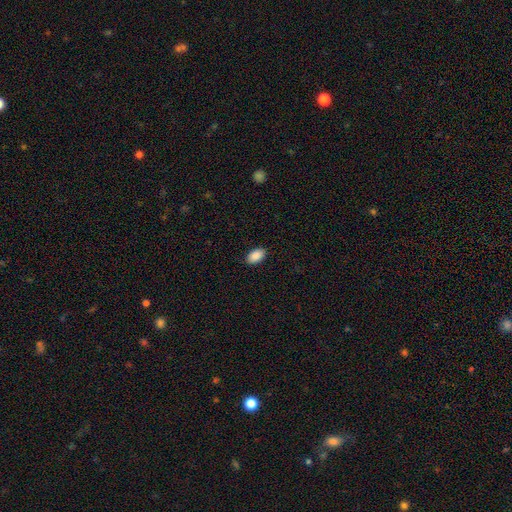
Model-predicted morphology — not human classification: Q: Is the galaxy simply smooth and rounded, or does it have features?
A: smooth — 89%.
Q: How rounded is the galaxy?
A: in between — 93%.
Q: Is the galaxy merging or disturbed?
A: none — 89%.